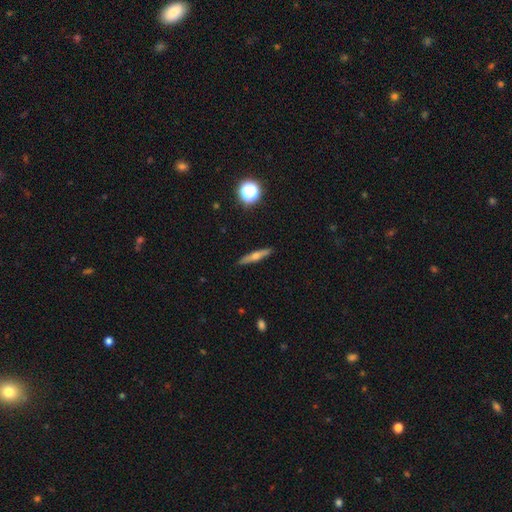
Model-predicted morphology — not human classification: This is possibly a featured or disk galaxy (54%). It is clearly viewed edge-on (94%). Edge-on bulge: clearly rounded (87%). Merging: clearly none (90%).